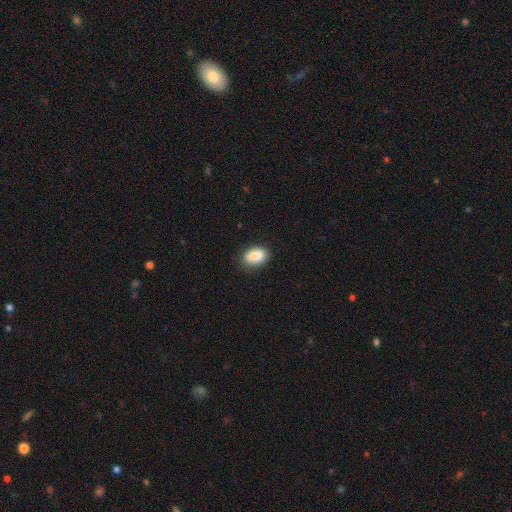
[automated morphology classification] Smooth or featured? smooth (82%)
How rounded? in between (83%)
Merging? none (77%)